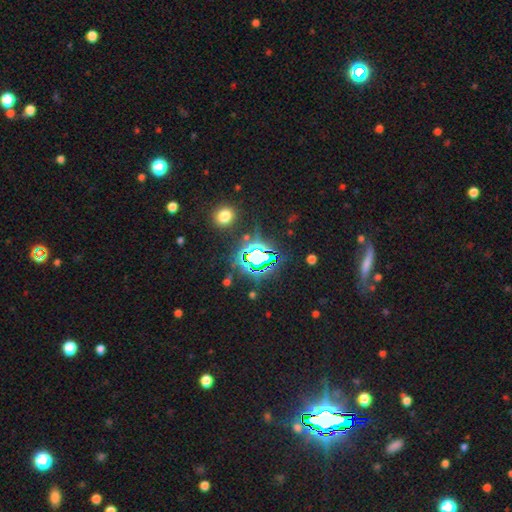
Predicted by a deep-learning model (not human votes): Q: Smooth or featured?
A: star or artifact (77%); runner-up: smooth (13%)